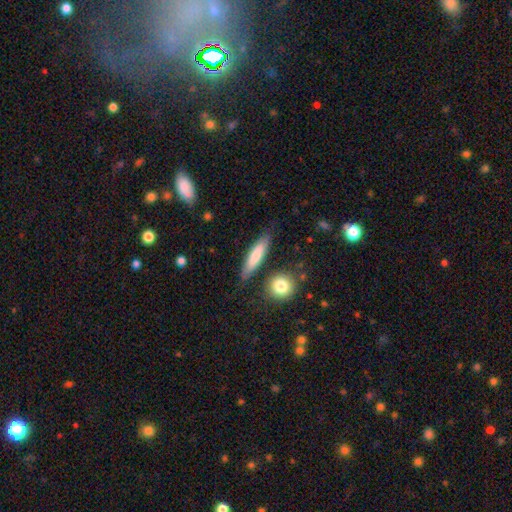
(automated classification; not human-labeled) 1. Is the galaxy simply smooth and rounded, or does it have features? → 76% smooth, 19% featured or disk, 6% star or artifact.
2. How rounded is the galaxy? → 72% cigar-shaped, 25% in between, 3% round.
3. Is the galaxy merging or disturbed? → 81% none, 12% minor disturbance, 5% merger, 3% major disturbance.